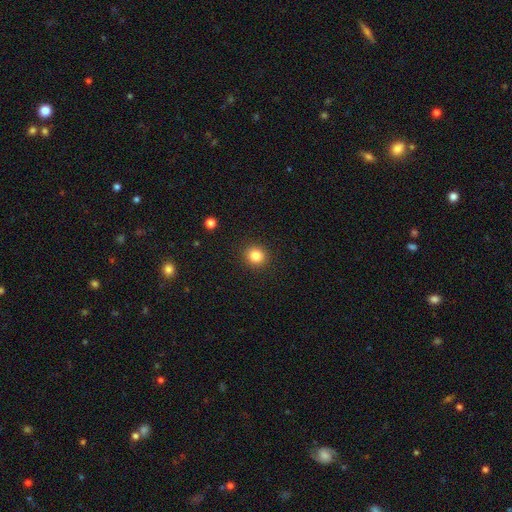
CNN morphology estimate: Smooth or featured?
  - smooth: 83% *
  - star or artifact: 11%
  - featured or disk: 5%
How rounded?
  - round: 90% *
  - in between: 9%
  - cigar-shaped: 1%
Merging?
  - none: 91% *
  - minor disturbance: 5%
  - major disturbance: 2%
  - merger: 1%